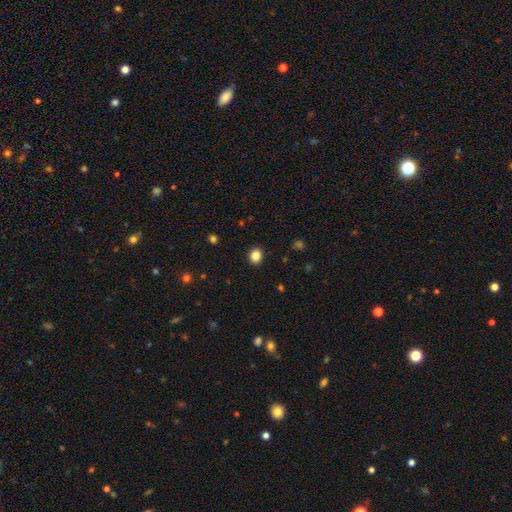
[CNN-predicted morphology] A smooth galaxy with no disk features (85%) that is round (78%). Merging: none (92%).